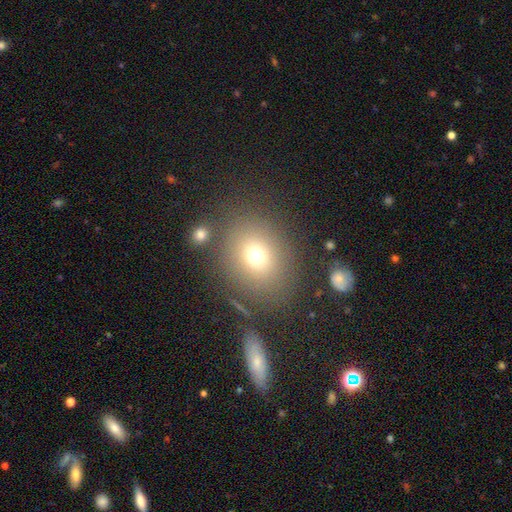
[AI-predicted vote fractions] This appears to be a smooth galaxy with no disk features (72%) that is round (65%). Merging: none (78%).